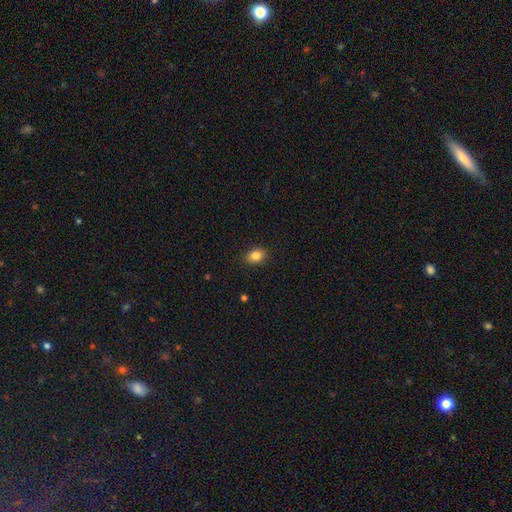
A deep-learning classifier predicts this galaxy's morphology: smooth 84%, star or artifact 10%, featured or disk 6%. Down the decision tree: how rounded — in between (67%); merging — none (89%).